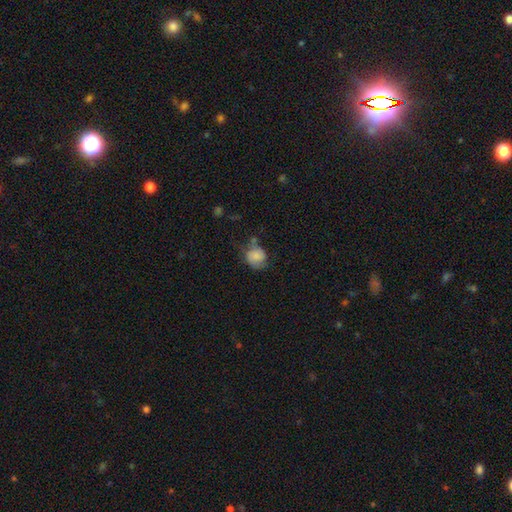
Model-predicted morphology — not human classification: type=smooth (73%); roundness=round (67%); merging=none (46%).